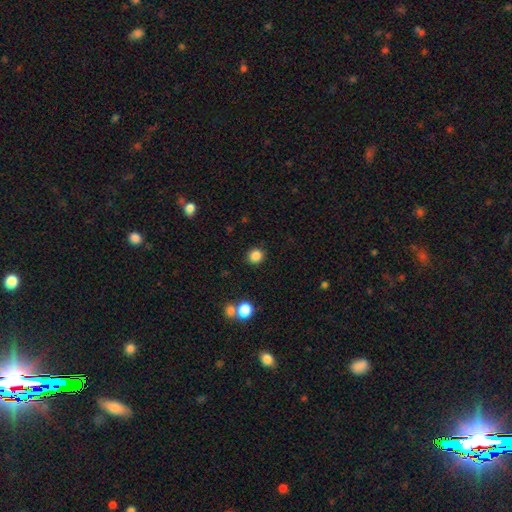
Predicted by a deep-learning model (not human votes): smooth_or_featured: smooth (p=0.85) [alt: star or artifact p=0.11]
how_rounded: round (p=0.88) [alt: in between p=0.11]
merging: none (p=0.88) [alt: minor disturbance p=0.06]